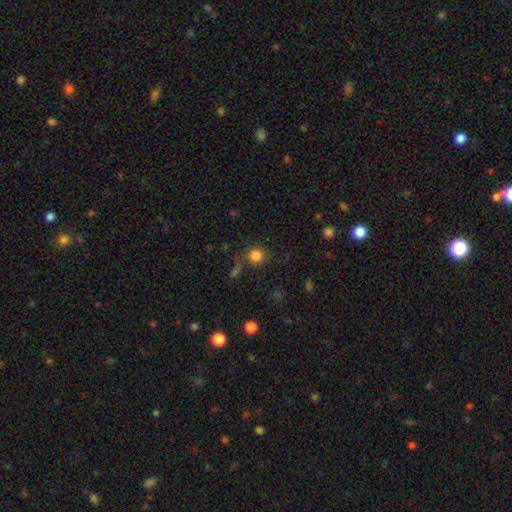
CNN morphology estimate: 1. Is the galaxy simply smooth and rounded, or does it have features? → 82% smooth, 13% star or artifact, 6% featured or disk.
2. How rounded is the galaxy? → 88% round, 11% in between, 1% cigar-shaped.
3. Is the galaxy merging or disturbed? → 70% none, 13% minor disturbance, 10% merger, 7% major disturbance.